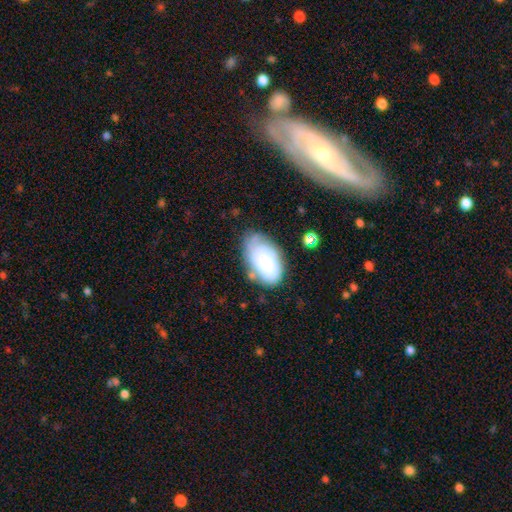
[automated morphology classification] This is possibly a smooth galaxy (56%). How rounded: clearly in between (92%). Merging: possibly none (51%).